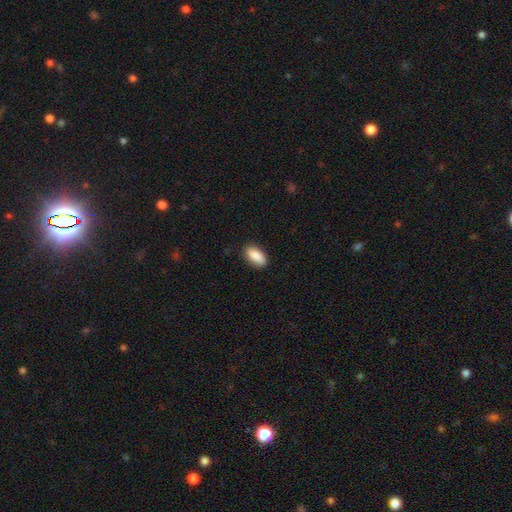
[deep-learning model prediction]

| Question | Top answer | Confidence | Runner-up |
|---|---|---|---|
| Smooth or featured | smooth | 89% | star or artifact (6%) |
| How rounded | in between | 86% | cigar-shaped (12%) |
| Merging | none | 86% | minor disturbance (11%) |